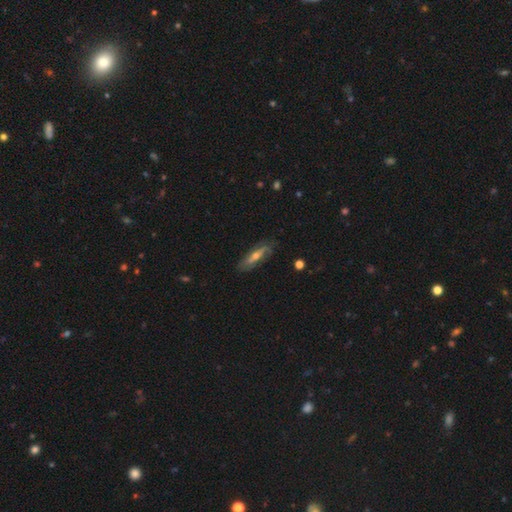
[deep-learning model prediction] Smooth or featured? featured or disk (61%)
Edge-on disk? no (56%)
Merging? none (75%)